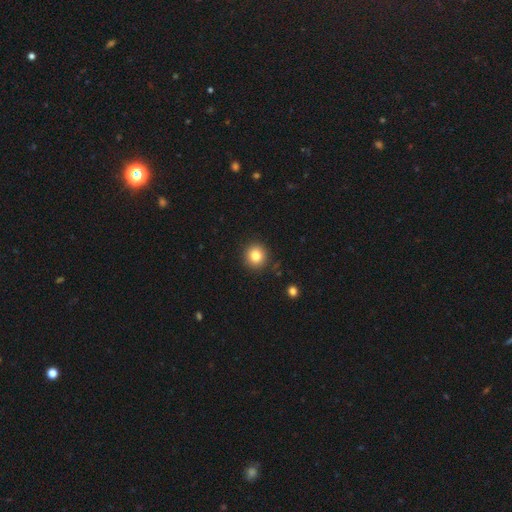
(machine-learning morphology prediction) Smooth or featured: smooth — 82% (star or artifact — 11%)
How rounded: round — 93% (in between — 6%)
Merging: none — 91% (minor disturbance — 6%)